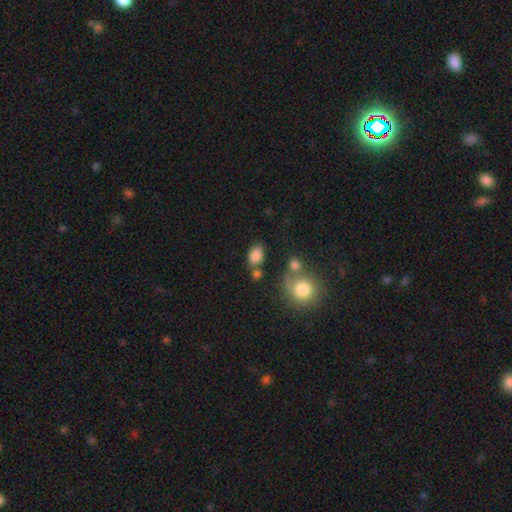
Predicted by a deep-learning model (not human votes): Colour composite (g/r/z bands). It shows a smooth galaxy with no disk features (83%) that is in between round and cigar-shaped (79%). Merging: none (64%).